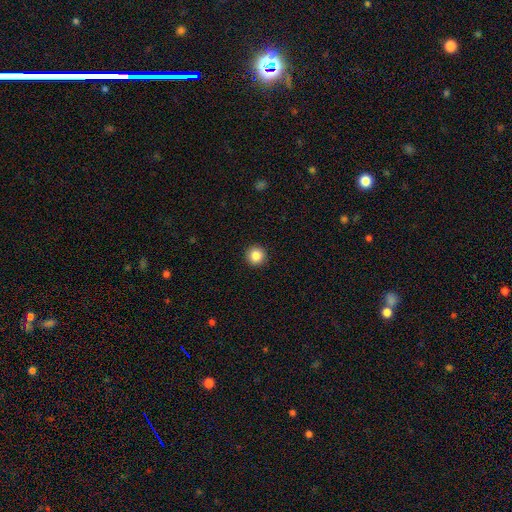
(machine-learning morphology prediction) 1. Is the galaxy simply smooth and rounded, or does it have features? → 86% smooth, 10% star or artifact, 5% featured or disk.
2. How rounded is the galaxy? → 96% round, 3% in between, 1% cigar-shaped.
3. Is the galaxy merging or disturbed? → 93% none, 4% minor disturbance, 2% major disturbance, 1% merger.